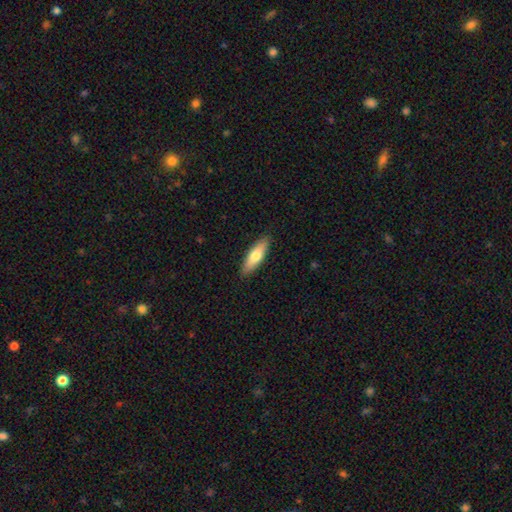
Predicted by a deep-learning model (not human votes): A smooth galaxy with no disk features (66%) that is cigar-shaped (55%).

Vote fractions:
- Smooth or featured? smooth: 66% / featured or disk: 28% / star or artifact: 5%
- How rounded? cigar-shaped: 55% / in between: 43% / round: 2%
- Merging? none: 89% / minor disturbance: 8% / major disturbance: 2% / merger: 1%